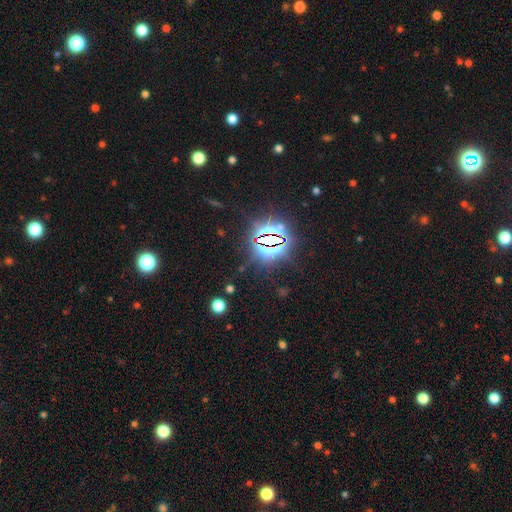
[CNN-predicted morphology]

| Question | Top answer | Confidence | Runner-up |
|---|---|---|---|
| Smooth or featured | star or artifact | 84% | smooth (10%) |